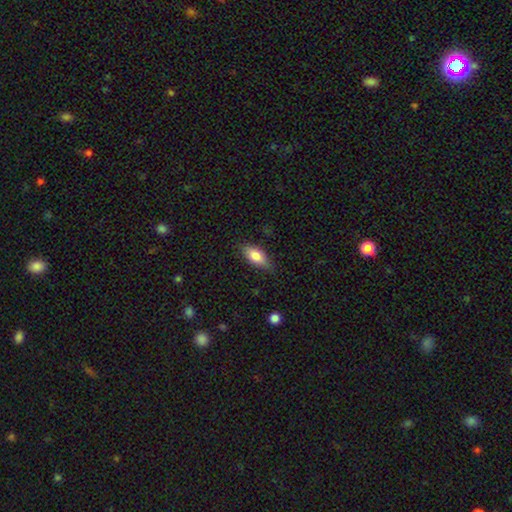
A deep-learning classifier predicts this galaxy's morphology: Smooth or featured: smooth — 78% (featured or disk — 16%)
How rounded: in between — 84% (cigar-shaped — 13%)
Merging: none — 79% (minor disturbance — 17%)